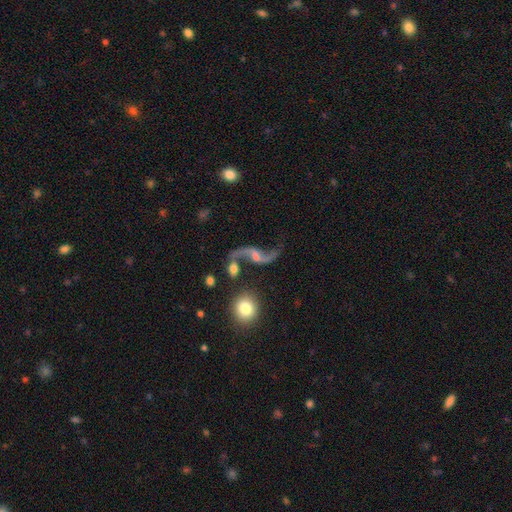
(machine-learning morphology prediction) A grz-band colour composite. It shows a featured or disk galaxy (90%) with no bar (49%), 2 (94%) loose (92%) spiral arms (97%) and a small central bulge (52%). Merging: none (69%).